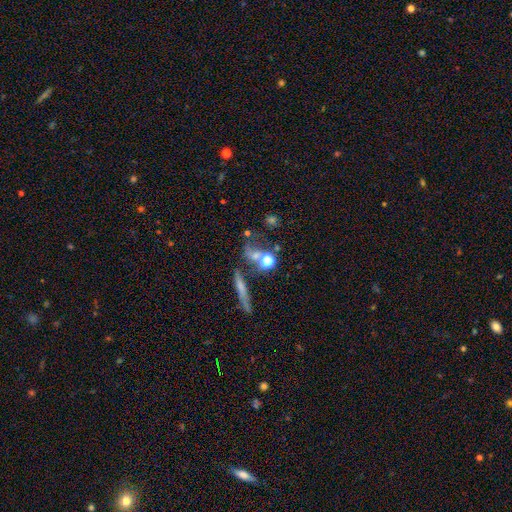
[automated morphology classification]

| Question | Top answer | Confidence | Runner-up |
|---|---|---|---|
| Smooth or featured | smooth | 42% | featured or disk (29%) |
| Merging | none | 53% | merger (22%) |